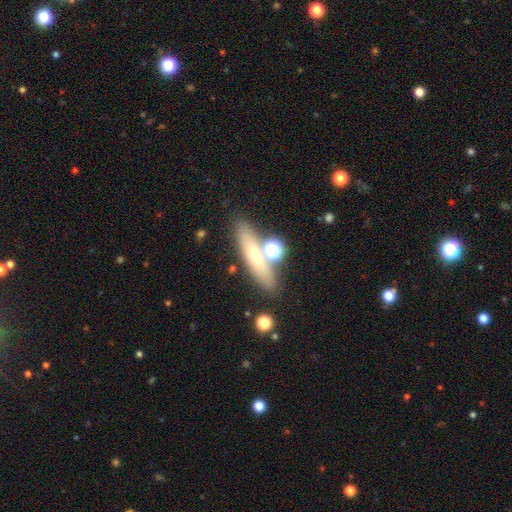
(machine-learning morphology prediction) Overall: smooth (51%; featured or disk 37%). How rounded: cigar-shaped (67%). Merging: none (72%).